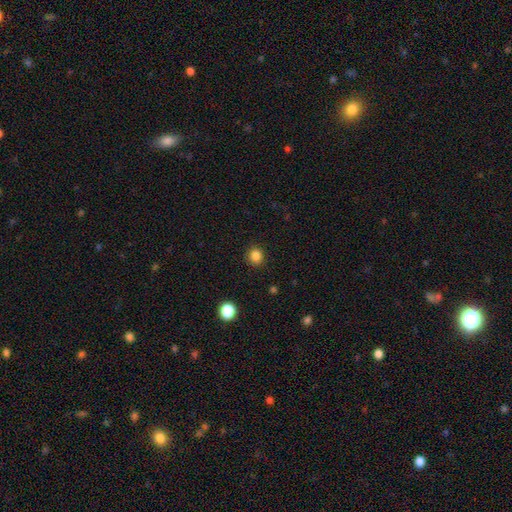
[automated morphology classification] smooth_or_featured: smooth (p=0.84) [alt: star or artifact p=0.12]
how_rounded: round (p=0.87) [alt: in between p=0.12]
merging: none (p=0.90) [alt: minor disturbance p=0.07]